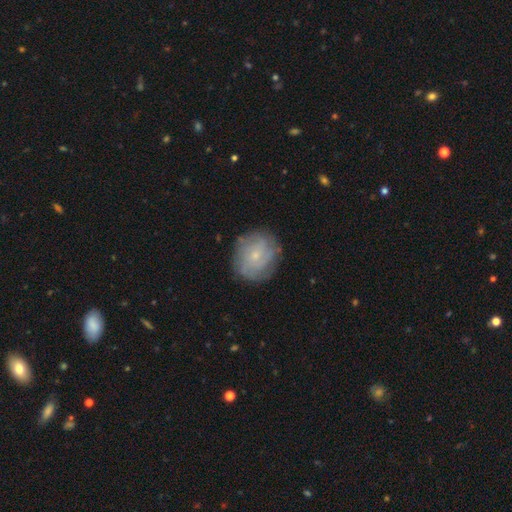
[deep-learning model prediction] Smooth or featured? featured or disk (62%)
Edge-on disk? no (97%)
Bar? no (76%)
Spiral arms? yes (86%)
Spiral winding? tight (61%)
Spiral arm count? can't tell (48%)
Bulge size? small (75%)
Merging? none (79%)